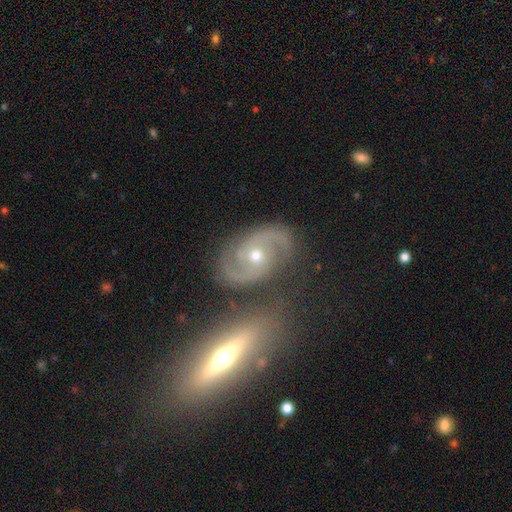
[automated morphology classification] A featured or disk galaxy (89%) with no bar (68%), 2 (88%) medium (52%) spiral arms (97%) and a moderate central bulge (57%). Merging: none (69%).